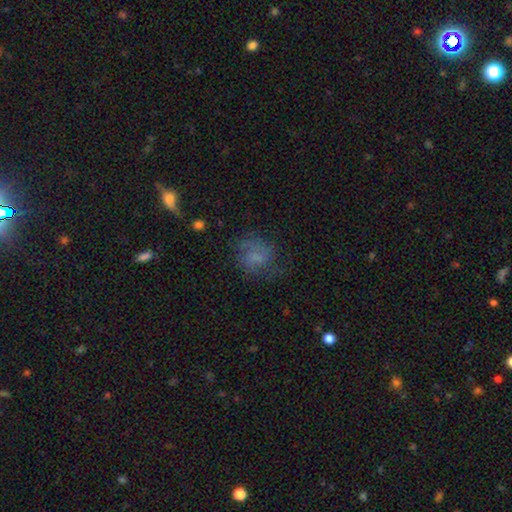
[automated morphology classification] A smooth galaxy with no disk features (47%).

Vote fractions:
- Smooth or featured? smooth: 47% / featured or disk: 39% / star or artifact: 14%
- Merging? none: 56% / minor disturbance: 22% / major disturbance: 19% / merger: 2%